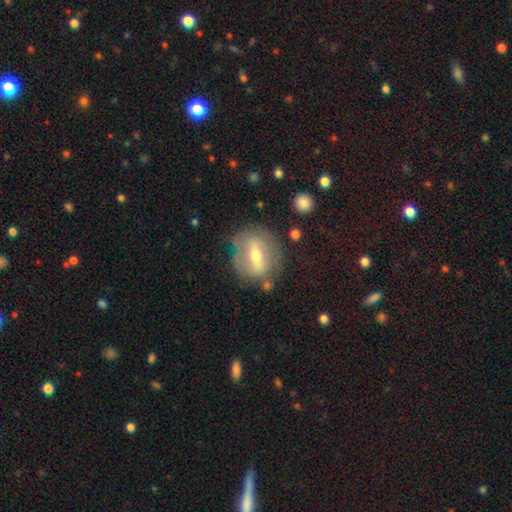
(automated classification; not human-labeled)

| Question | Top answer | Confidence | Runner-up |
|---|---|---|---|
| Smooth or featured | featured or disk | 56% | smooth (35%) |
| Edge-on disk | no | 83% | yes (17%) |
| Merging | none | 68% | minor disturbance (19%) |